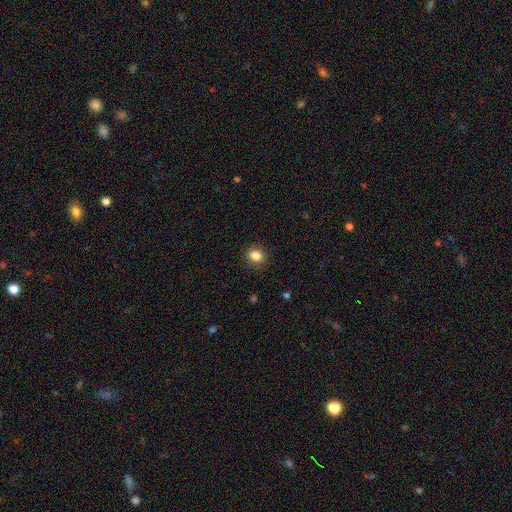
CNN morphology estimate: This is clearly a smooth galaxy (85%). How rounded: likely round (73%). Merging: clearly none (89%).